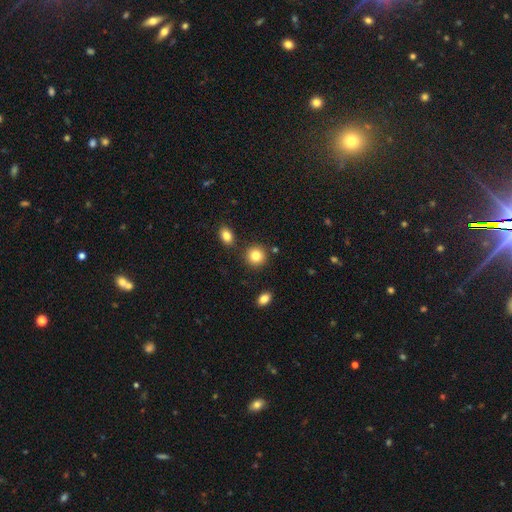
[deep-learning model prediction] Q: Smooth or featured?
A: smooth (84%); runner-up: star or artifact (10%)
Q: How rounded?
A: round (88%); runner-up: in between (11%)
Q: Merging?
A: none (85%); runner-up: minor disturbance (8%)